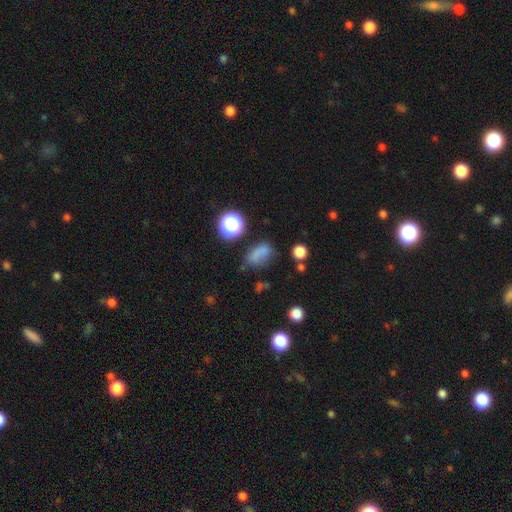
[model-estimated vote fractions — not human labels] Smooth or featured? Predicted: smooth (p=0.60). How rounded? Predicted: in between (p=0.71). Merging? Predicted: none (p=0.59).